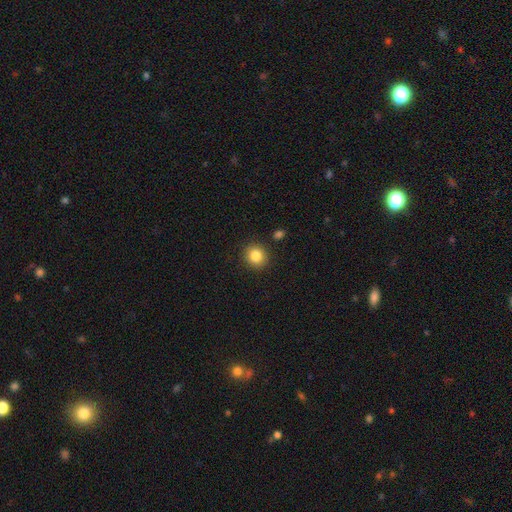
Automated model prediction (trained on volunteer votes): Q: Smooth or featured?
A: smooth (85%); runner-up: star or artifact (10%)
Q: How rounded?
A: round (88%); runner-up: in between (11%)
Q: Merging?
A: none (89%); runner-up: minor disturbance (7%)